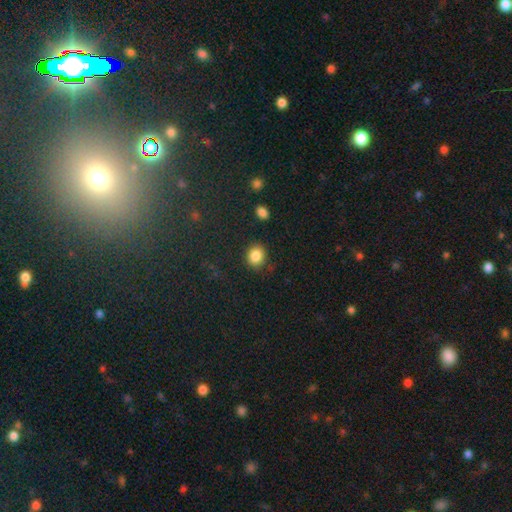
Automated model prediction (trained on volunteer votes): Overall: smooth (86%). How rounded: round (75%). Merging: none (83%).